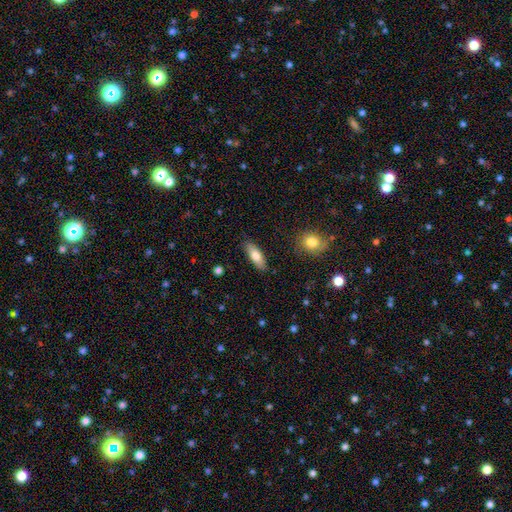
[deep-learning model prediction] A smooth galaxy with no disk features (76%) that is in between round and cigar-shaped (69%).

Vote fractions:
- Smooth or featured? smooth: 76% / featured or disk: 18% / star or artifact: 6%
- How rounded? in between: 69% / cigar-shaped: 29% / round: 2%
- Merging? none: 86% / minor disturbance: 10% / major disturbance: 2% / merger: 2%